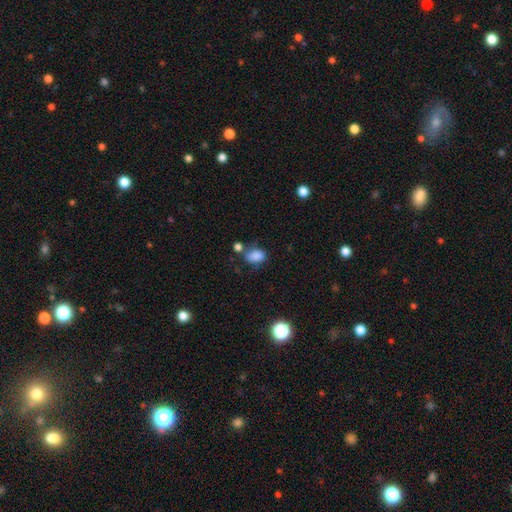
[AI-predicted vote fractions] This appears to be a smooth galaxy with no disk features (83%) that is in between round and cigar-shaped (79%). Merging: none (51%).